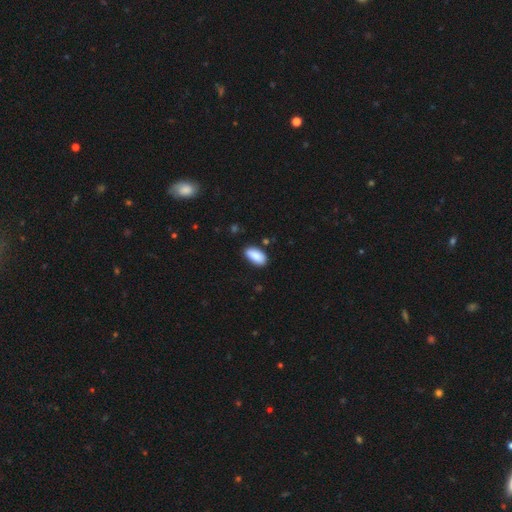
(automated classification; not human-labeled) Morphology: type=smooth (89%); roundness=in between (93%); merging=none (81%).